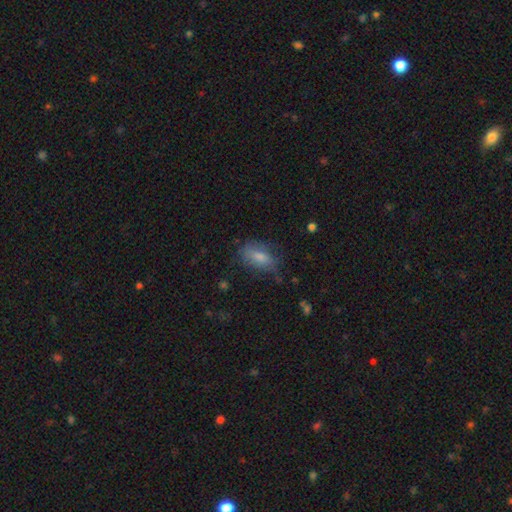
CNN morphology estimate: Overall: smooth (74%). How rounded: in between (86%). Merging: none (65%).